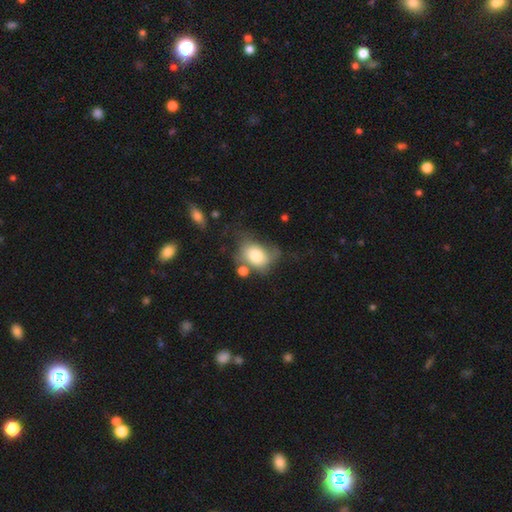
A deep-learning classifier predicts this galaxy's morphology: A smooth galaxy with no disk features (73%) that is in between round and cigar-shaped (68%). Merging: none (36%).